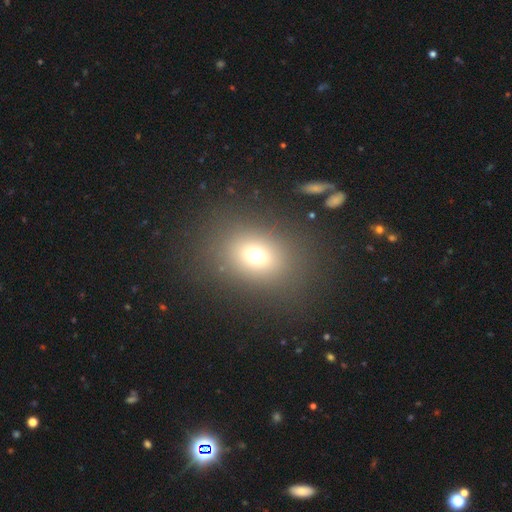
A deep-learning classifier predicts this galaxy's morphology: Smooth or featured? Predicted: smooth (p=0.70). How rounded? Predicted: in between (p=0.54). Merging? Predicted: none (p=0.83).